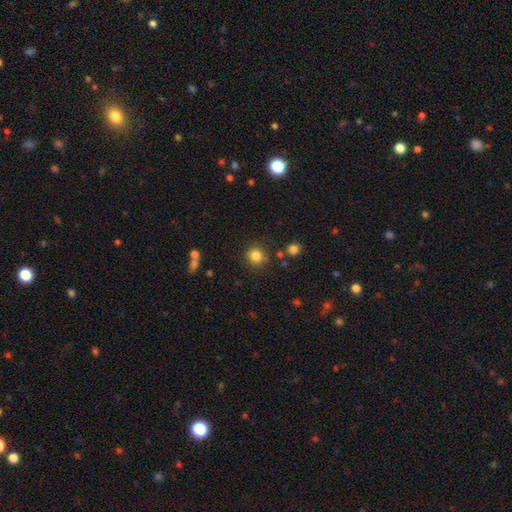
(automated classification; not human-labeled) Q: Smooth or featured?
A: smooth (82%); runner-up: star or artifact (13%)
Q: How rounded?
A: round (92%); runner-up: in between (7%)
Q: Merging?
A: none (84%); runner-up: minor disturbance (8%)